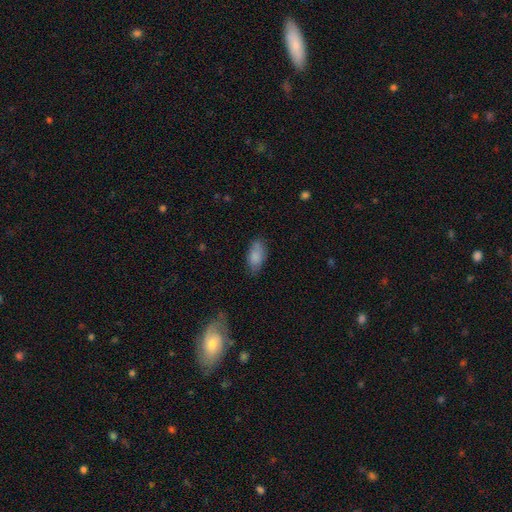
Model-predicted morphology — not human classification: type=smooth (85%); roundness=in between (90%); merging=none (73%).